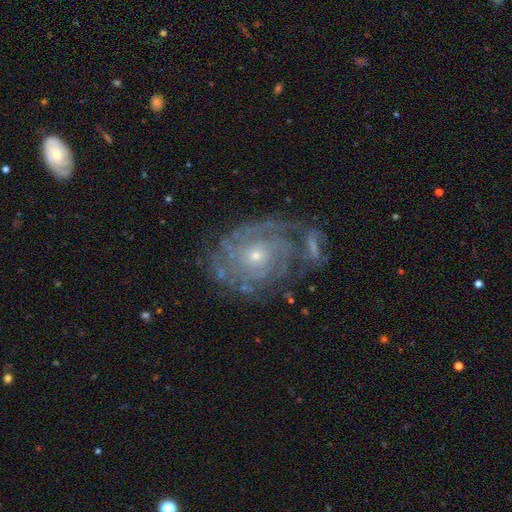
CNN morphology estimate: smooth-or-featured: featured or disk: 81% | star or artifact: 9% | smooth: 9%
  disk-edge-on: no: 97% | yes: 3%
    bar: no: 77% | weak: 19% | strong: 5%
    has-spiral-arms: yes: 92% | no: 8%
      spiral-winding: tight: 71% | medium: 23% | loose: 6%
      spiral-arm-count: can't tell: 37% | 2: 25% | 3: 17% | 4: 8% | 1: 6% | more than 4: 6%
    bulge-size: small: 62% | moderate: 34% | large: 2% | none: 1% | dominant: 1%
  merging: none: 61% | minor disturbance: 19% | merger: 10% | major disturbance: 10%